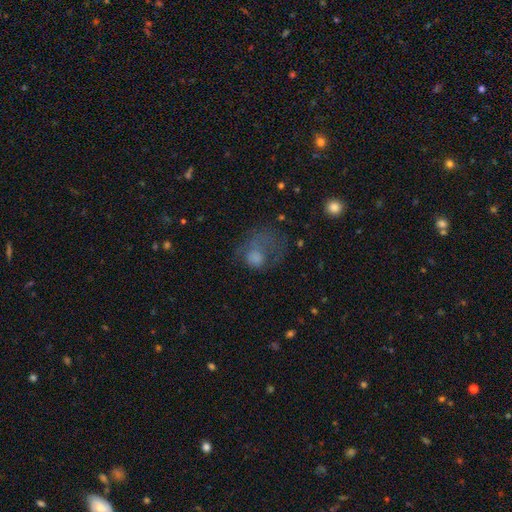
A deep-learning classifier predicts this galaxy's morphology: Q: Smooth or featured?
A: smooth (60%); runner-up: featured or disk (27%)
Q: How rounded?
A: round (51%); runner-up: in between (47%)
Q: Merging?
A: major disturbance (53%); runner-up: none (24%)